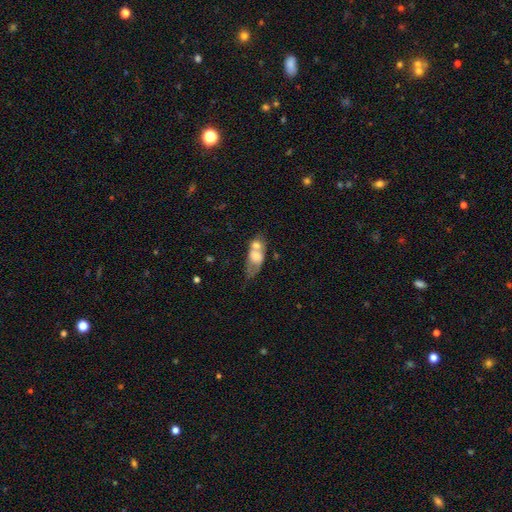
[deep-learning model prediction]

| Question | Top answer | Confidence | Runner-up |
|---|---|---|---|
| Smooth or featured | smooth | 54% | featured or disk (38%) |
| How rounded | in between | 74% | round (14%) |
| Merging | merger | 60% | none (19%) |